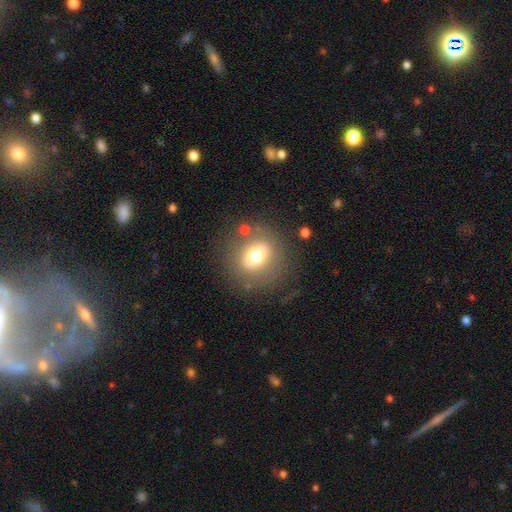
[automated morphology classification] smooth_or_featured: smooth (p=0.63) [alt: featured or disk p=0.25]
how_rounded: round (p=0.81) [alt: in between p=0.18]
merging: none (p=0.76) [alt: minor disturbance p=0.13]